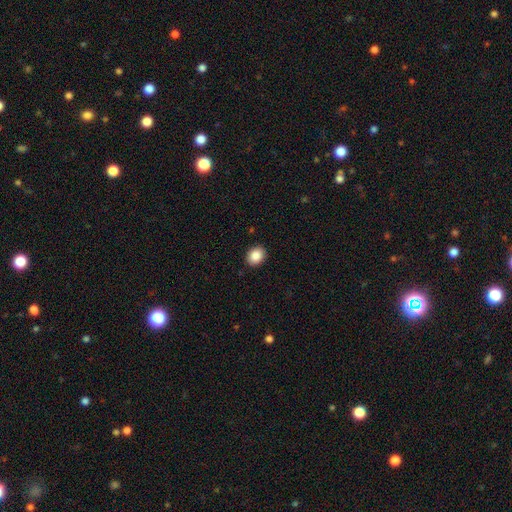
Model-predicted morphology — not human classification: This appears to be a smooth galaxy with no disk features (88%) that is round (55%). Merging: none (91%).